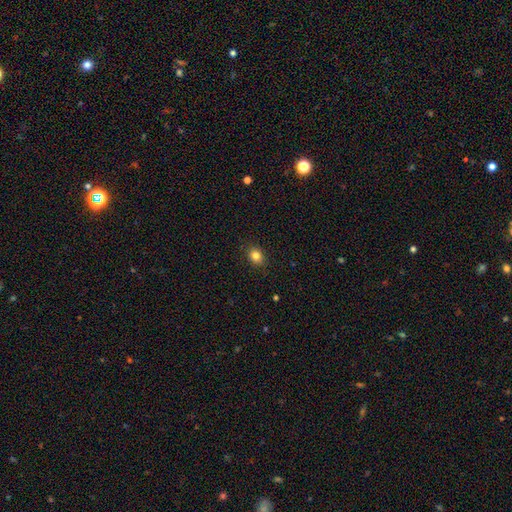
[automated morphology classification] Smooth or featured? smooth (83%)
How rounded? round (51%)
Merging? none (89%)